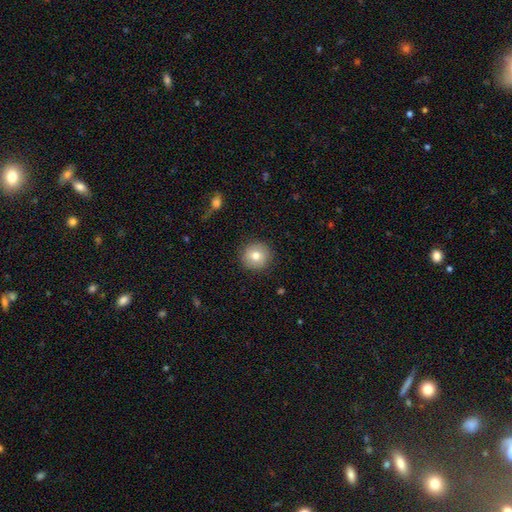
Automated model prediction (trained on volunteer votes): A smooth galaxy with no disk features (77%) that is round (94%).

Vote fractions:
- Smooth or featured? smooth: 77% / featured or disk: 14% / star or artifact: 9%
- How rounded? round: 94% / in between: 5% / cigar-shaped: 1%
- Merging? none: 90% / minor disturbance: 7% / major disturbance: 2% / merger: 1%